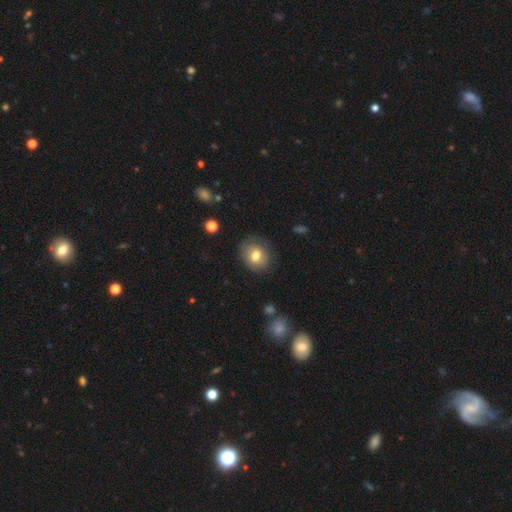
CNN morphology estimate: This is likely a smooth galaxy (73%). How rounded: likely round (67%). Merging: likely none (76%).